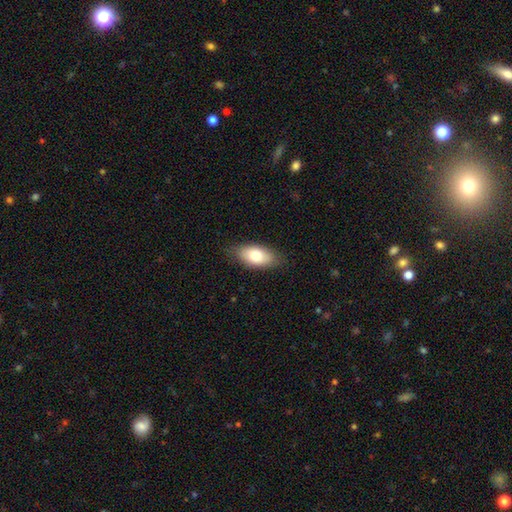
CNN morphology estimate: smooth-or-featured: smooth: 78% | featured or disk: 16% | star or artifact: 7%
  how-rounded: in between: 91% | cigar-shaped: 5% | round: 4%
  merging: none: 83% | minor disturbance: 14% | major disturbance: 3% | merger: 1%